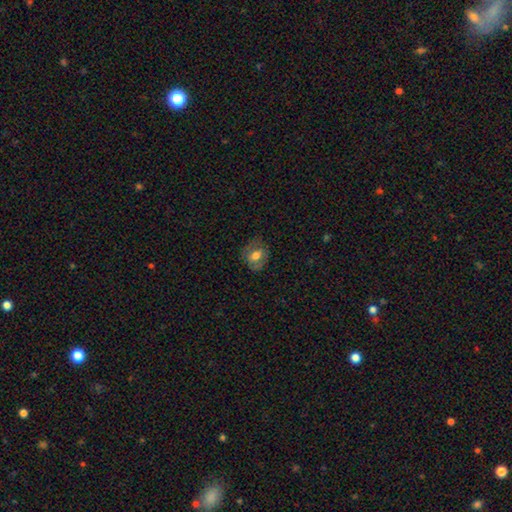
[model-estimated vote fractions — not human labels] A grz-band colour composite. It shows a smooth galaxy with no disk features (58%) that is in between round and cigar-shaped (50%). Merging: none (71%).